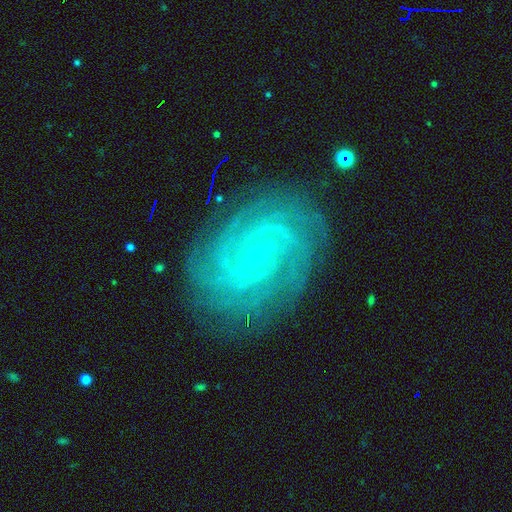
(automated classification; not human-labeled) featured or disk 88%, star or artifact 6%, smooth 5%. Down the decision tree: edge-on disk — no (97%); bar — no (60%); spiral arms — yes (98%); spiral arm count — can't tell (25%); spiral winding — tight (81%); bulge size — small (88%); merging — none (84%).